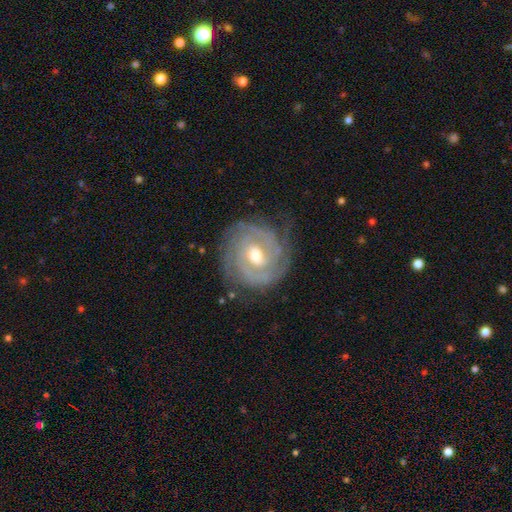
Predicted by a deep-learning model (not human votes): smooth-or-featured: featured or disk: 89% | smooth: 6% | star or artifact: 5%
  disk-edge-on: no: 97% | yes: 3%
    bar: weak: 48% | no: 35% | strong: 17%
    has-spiral-arms: yes: 97% | no: 3%
      spiral-winding: tight: 77% | medium: 19% | loose: 4%
      spiral-arm-count: 2: 32% | 3: 27% | can't tell: 21% | 4: 9% | more than 4: 5% | 1: 5%
    bulge-size: moderate: 73% | small: 21% | large: 5% | none: 1% | dominant: 1%
  merging: none: 78% | minor disturbance: 16% | major disturbance: 5% | merger: 1%